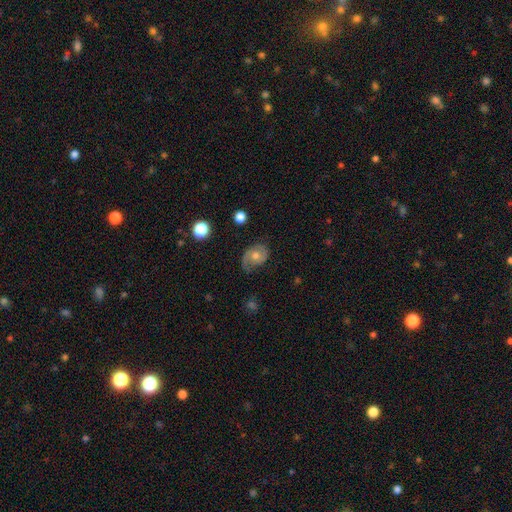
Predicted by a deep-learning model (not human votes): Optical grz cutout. It shows a featured or disk galaxy (69%) with no bar (75%), 2 (74%) medium (43%) spiral arms (88%) and a moderate central bulge (67%). Merging: none (69%).